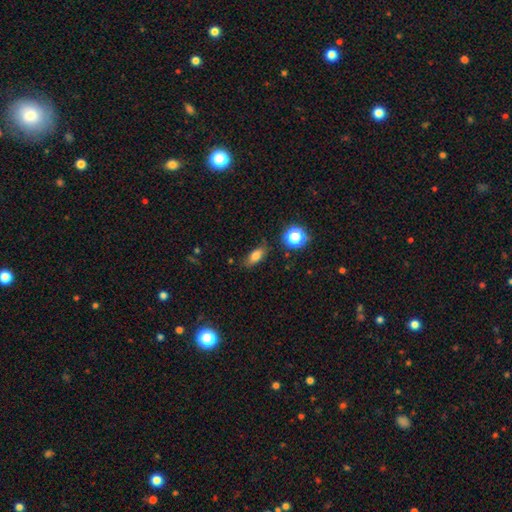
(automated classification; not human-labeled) Smooth or featured?
  - smooth: 75% *
  - featured or disk: 14%
  - star or artifact: 12%
How rounded?
  - in between: 73% *
  - cigar-shaped: 18%
  - round: 9%
Merging?
  - none: 78% *
  - minor disturbance: 16%
  - major disturbance: 4%
  - merger: 2%